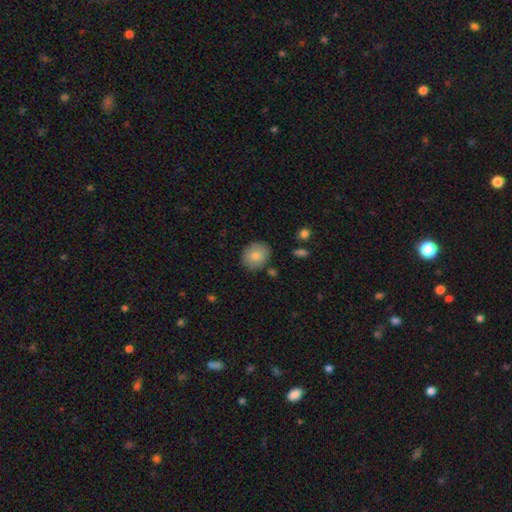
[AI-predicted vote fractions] Smooth or featured?
  - smooth: 82% *
  - featured or disk: 10%
  - star or artifact: 8%
How rounded?
  - round: 67% *
  - in between: 32%
  - cigar-shaped: 1%
Merging?
  - none: 84% *
  - minor disturbance: 11%
  - merger: 3%
  - major disturbance: 3%